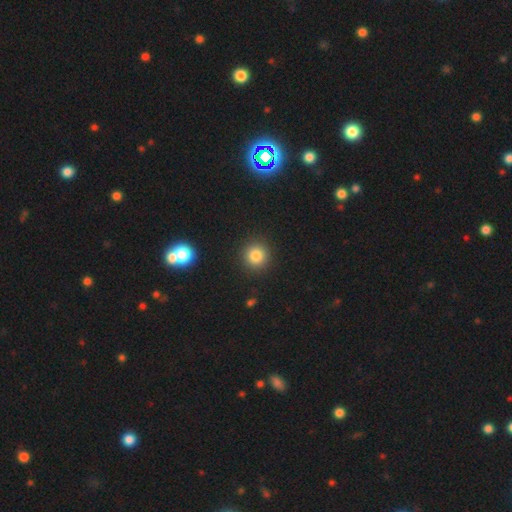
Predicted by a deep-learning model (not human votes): This is clearly a smooth galaxy (83%). How rounded: clearly round (94%). Merging: clearly none (91%).